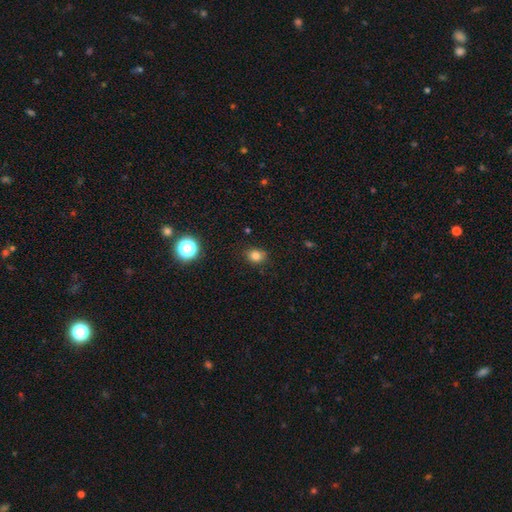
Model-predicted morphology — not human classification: type=smooth (80%); roundness=round (58%); merging=none (83%).